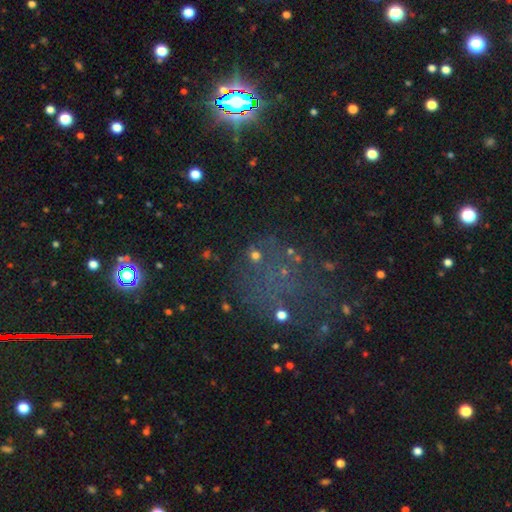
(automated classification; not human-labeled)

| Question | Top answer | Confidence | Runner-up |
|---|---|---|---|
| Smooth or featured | smooth | 39% | star or artifact (38%) |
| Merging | none | 59% | major disturbance (16%) |